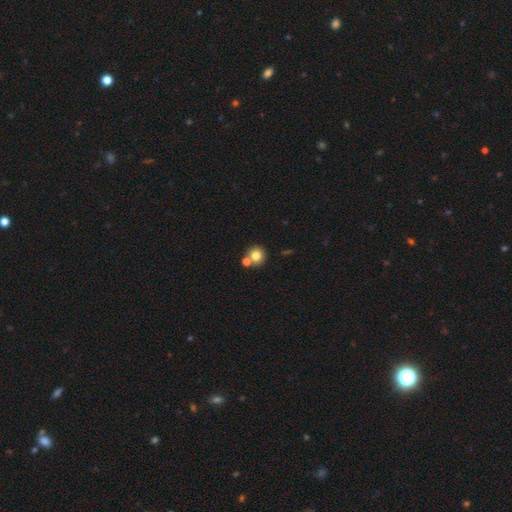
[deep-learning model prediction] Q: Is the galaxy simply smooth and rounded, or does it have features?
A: smooth — 79%.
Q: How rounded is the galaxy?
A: round — 89%.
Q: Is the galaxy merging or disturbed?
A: none — 62%.